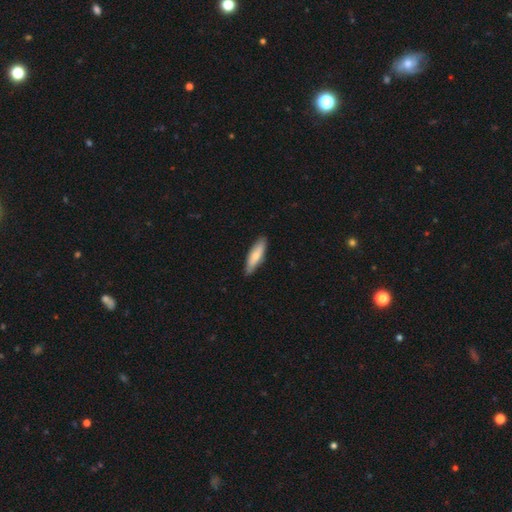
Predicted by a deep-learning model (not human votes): This appears to be a smooth galaxy with no disk features (71%) that is cigar-shaped (60%). Merging: none (84%).